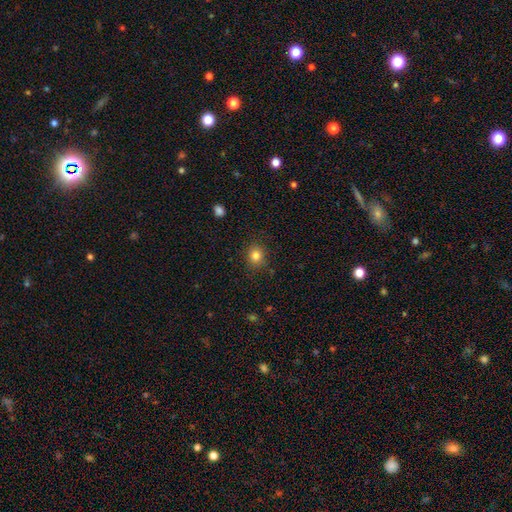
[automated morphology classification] This is clearly a smooth galaxy (82%). How rounded: likely round (78%). Merging: clearly none (88%).